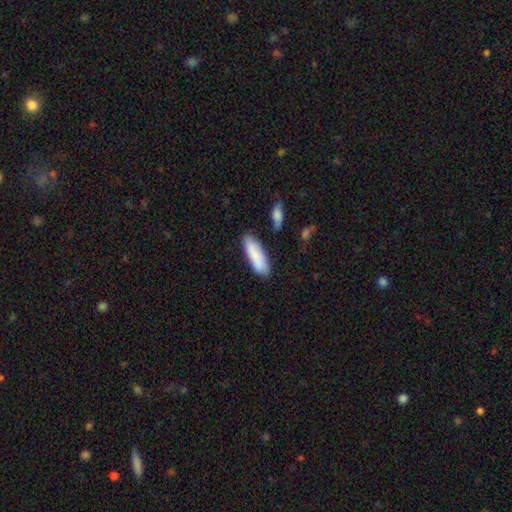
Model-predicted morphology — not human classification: Q: Smooth or featured?
A: smooth (85%); runner-up: featured or disk (9%)
Q: How rounded?
A: in between (56%); runner-up: cigar-shaped (42%)
Q: Merging?
A: none (79%); runner-up: minor disturbance (14%)